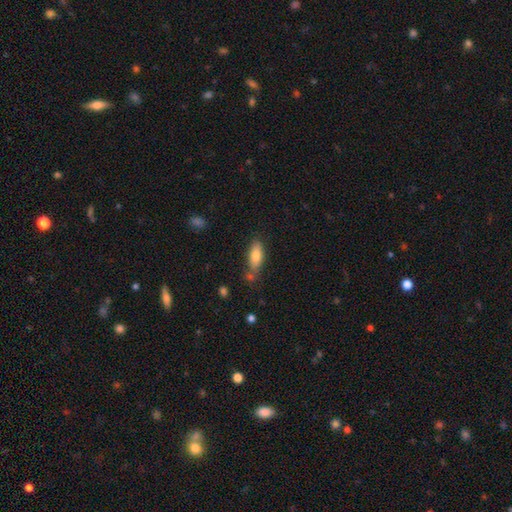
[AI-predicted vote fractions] Smooth or featured? smooth (78%)
How rounded? in between (74%)
Merging? none (66%)